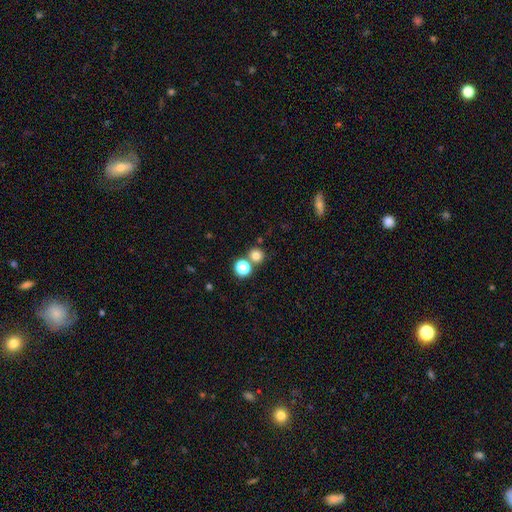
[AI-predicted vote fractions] Q: Smooth or featured?
A: smooth (77%); runner-up: star or artifact (16%)
Q: How rounded?
A: round (91%); runner-up: in between (8%)
Q: Merging?
A: none (72%); runner-up: merger (19%)